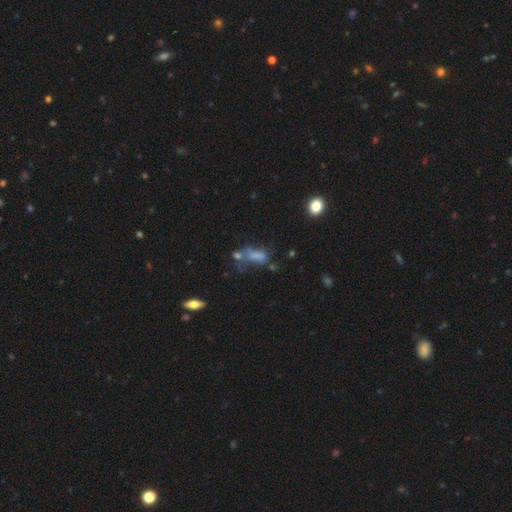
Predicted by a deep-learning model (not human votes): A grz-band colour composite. It shows a smooth galaxy with no disk features (57%) that is in between round and cigar-shaped (79%). Merging: major disturbance (31%).